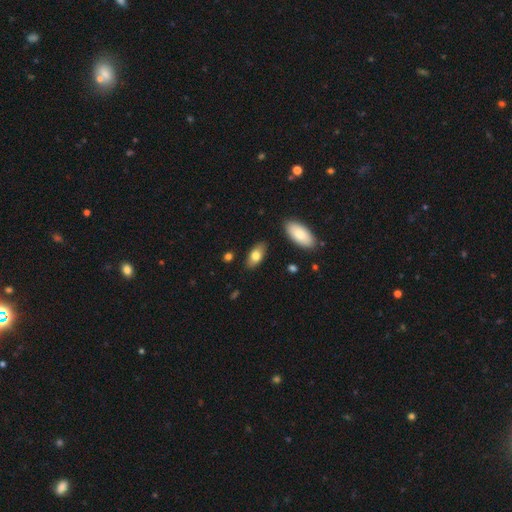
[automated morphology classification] type=smooth (76%); roundness=in between (90%); merging=none (84%).